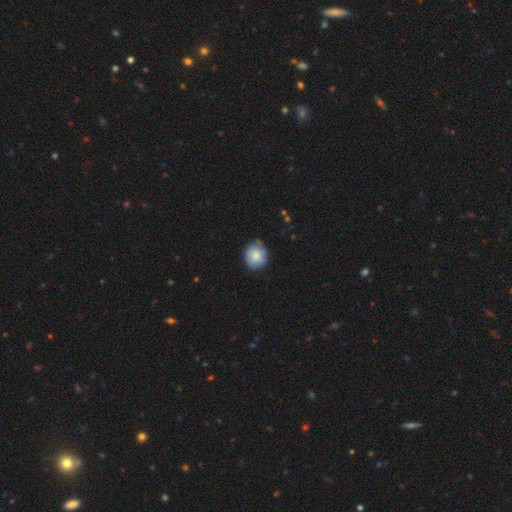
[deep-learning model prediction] A smooth galaxy with no disk features (76%) that is round (77%).

Vote fractions:
- Smooth or featured? smooth: 76% / featured or disk: 17% / star or artifact: 7%
- How rounded? round: 77% / in between: 22% / cigar-shaped: 1%
- Merging? none: 75% / minor disturbance: 20% / major disturbance: 4% / merger: 1%